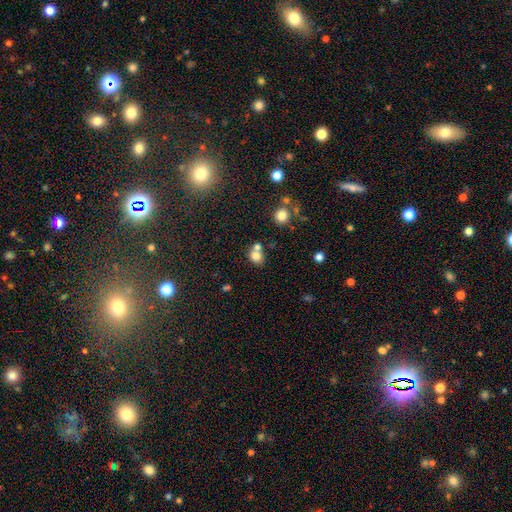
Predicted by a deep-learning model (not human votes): Q: Smooth or featured?
A: smooth (77%); runner-up: star or artifact (13%)
Q: How rounded?
A: round (69%); runner-up: in between (31%)
Q: Merging?
A: none (48%); runner-up: merger (38%)